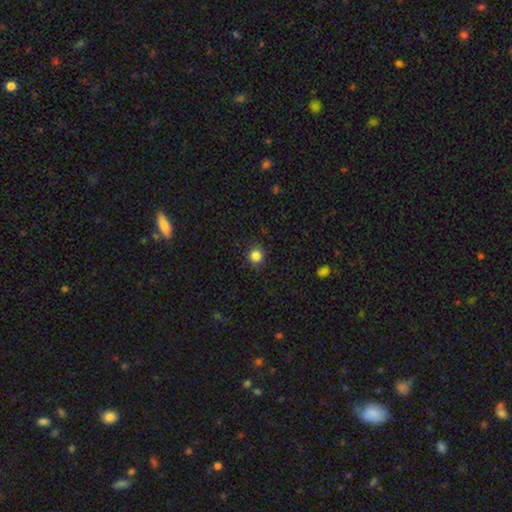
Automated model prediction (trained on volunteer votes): Smooth or featured? Predicted: smooth (p=0.85). How rounded? Predicted: round (p=0.93). Merging? Predicted: none (p=0.91).